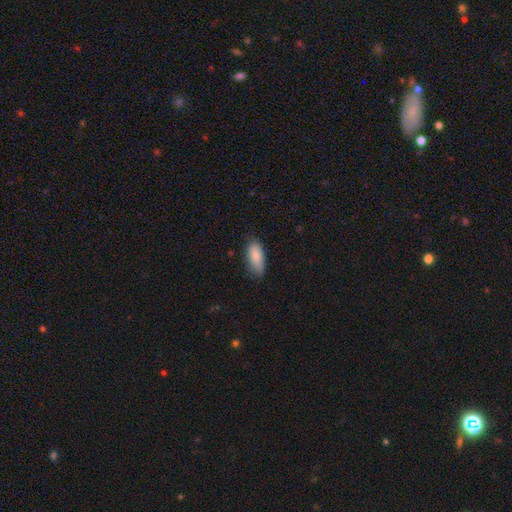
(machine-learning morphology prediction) A smooth galaxy with no disk features (86%) that is in between round and cigar-shaped (82%).

Vote fractions:
- Smooth or featured? smooth: 86% / featured or disk: 7% / star or artifact: 6%
- How rounded? in between: 82% / cigar-shaped: 16% / round: 2%
- Merging? none: 75% / minor disturbance: 20% / major disturbance: 3% / merger: 1%